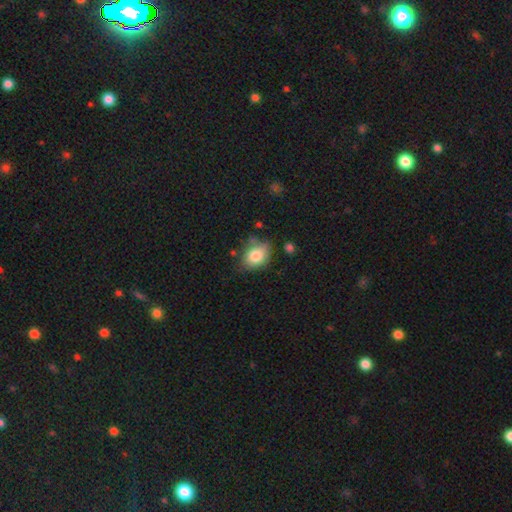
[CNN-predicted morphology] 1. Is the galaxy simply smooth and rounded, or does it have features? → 80% smooth, 11% featured or disk, 9% star or artifact.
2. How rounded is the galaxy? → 64% in between, 35% round, 1% cigar-shaped.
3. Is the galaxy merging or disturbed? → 63% none, 26% minor disturbance, 6% major disturbance, 5% merger.